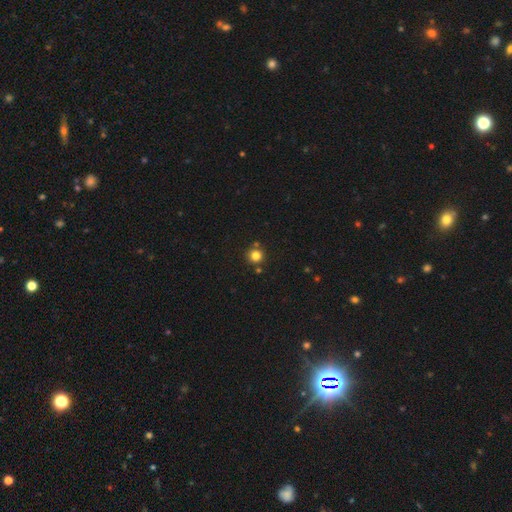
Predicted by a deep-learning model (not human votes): Smooth or featured? Predicted: smooth (p=0.81). How rounded? Predicted: round (p=0.94). Merging? Predicted: none (p=0.84).